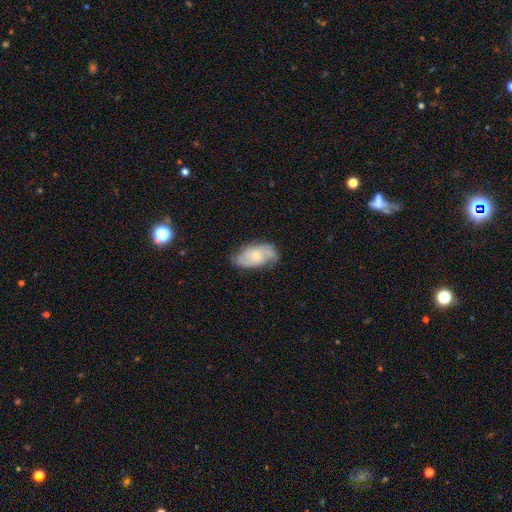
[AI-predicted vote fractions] Q: Smooth or featured?
A: featured or disk (70%); runner-up: smooth (23%)
Q: Edge-on disk?
A: no (96%); runner-up: yes (4%)
Q: Bar?
A: no (56%); runner-up: weak (38%)
Q: Spiral arms?
A: yes (91%); runner-up: no (9%)
Q: Spiral winding?
A: medium (47%); runner-up: tight (31%)
Q: Spiral arm count?
A: 2 (59%); runner-up: can't tell (20%)
Q: Bulge size?
A: small (47%); runner-up: moderate (40%)
Q: Merging?
A: none (65%); runner-up: minor disturbance (25%)